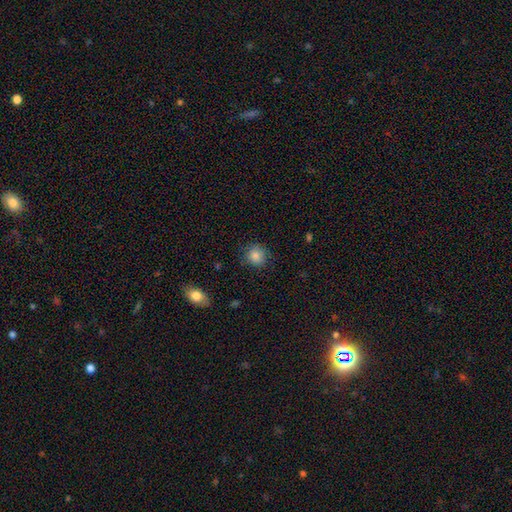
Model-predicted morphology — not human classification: Overall: smooth (85%). How rounded: round (84%). Merging: none (82%).